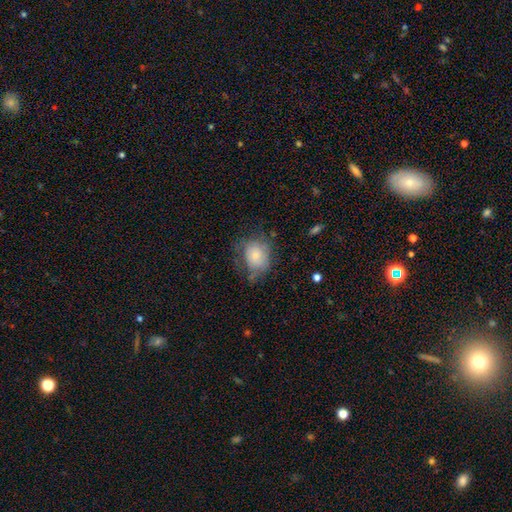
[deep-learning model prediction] Q: Smooth or featured?
A: smooth (73%); runner-up: featured or disk (19%)
Q: How rounded?
A: round (53%); runner-up: in between (46%)
Q: Merging?
A: none (46%); runner-up: minor disturbance (32%)